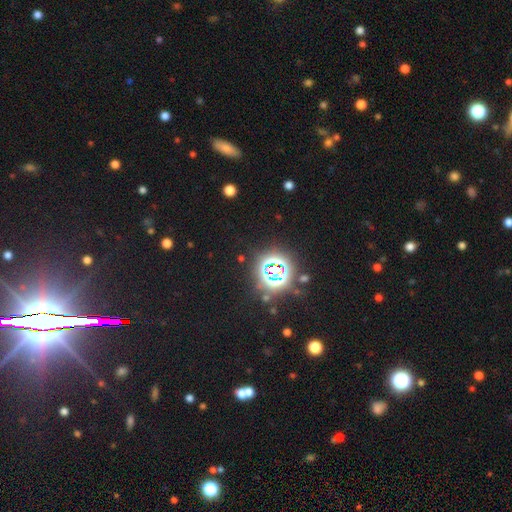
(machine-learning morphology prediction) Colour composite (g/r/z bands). It shows a star or artifact, not a galaxy (80%).